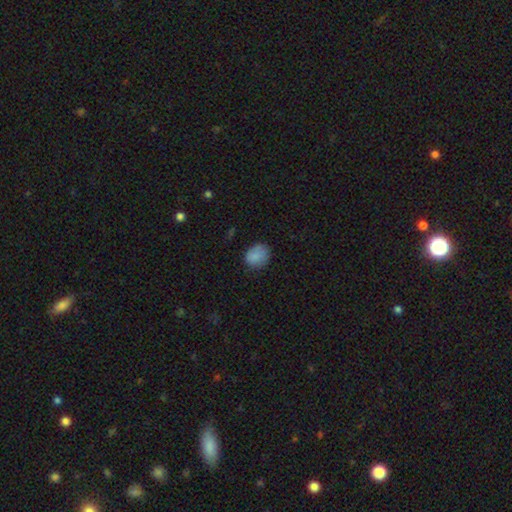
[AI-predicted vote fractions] Smooth or featured: smooth — 84% (star or artifact — 9%)
How rounded: round — 57% (in between — 42%)
Merging: none — 68% (minor disturbance — 24%)